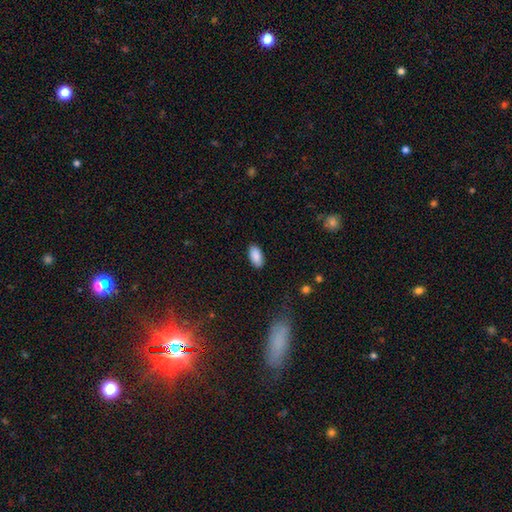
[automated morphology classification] smooth-or-featured: smooth: 89% | star or artifact: 7% | featured or disk: 4%
  how-rounded: in between: 94% | cigar-shaped: 4% | round: 2%
  merging: none: 88% | minor disturbance: 9% | major disturbance: 2% | merger: 1%